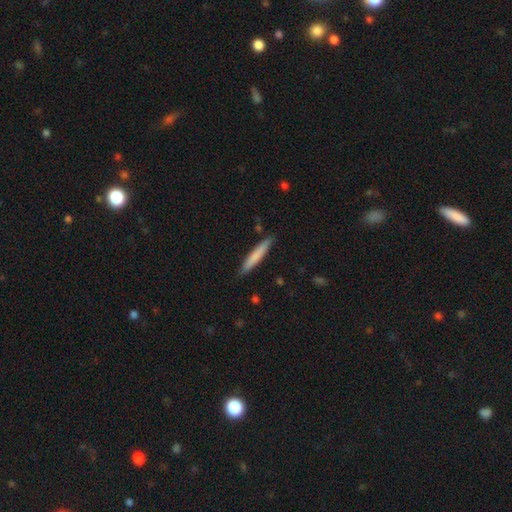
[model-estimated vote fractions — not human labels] Q: Smooth or featured?
A: smooth (75%); runner-up: featured or disk (20%)
Q: How rounded?
A: cigar-shaped (94%); runner-up: in between (5%)
Q: Merging?
A: none (87%); runner-up: minor disturbance (10%)